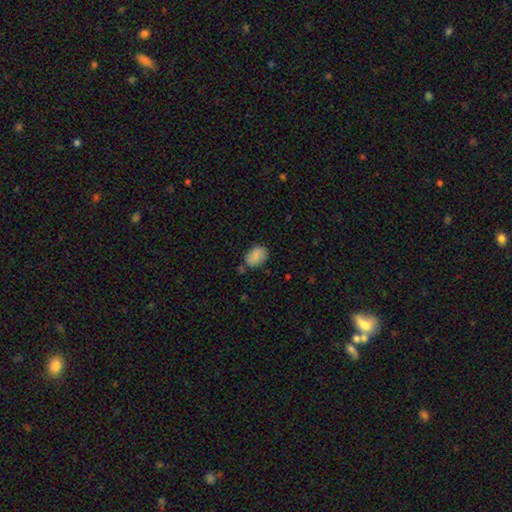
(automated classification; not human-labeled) Smooth or featured? Predicted: smooth (p=0.82). How rounded? Predicted: in between (p=0.76). Merging? Predicted: none (p=0.73).